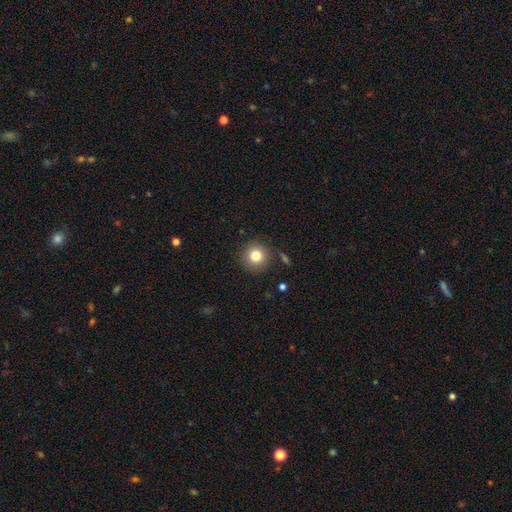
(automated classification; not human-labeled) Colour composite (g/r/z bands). It shows a smooth galaxy with no disk features (81%) that is round (94%). Merging: none (86%).